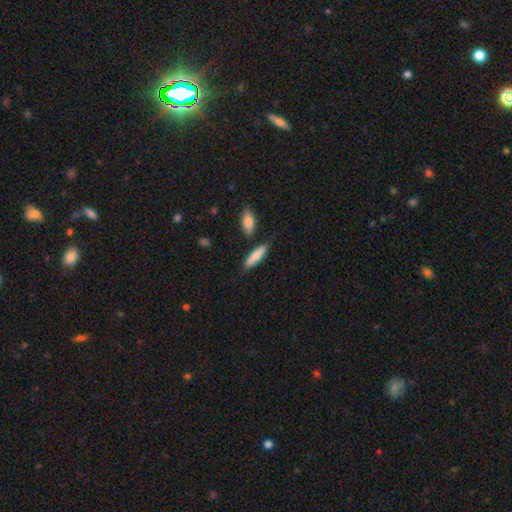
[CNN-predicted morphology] smooth_or_featured: smooth (p=0.81) [alt: featured or disk p=0.14]
how_rounded: cigar-shaped (p=0.61) [alt: in between p=0.37]
merging: none (p=0.73) [alt: minor disturbance p=0.16]